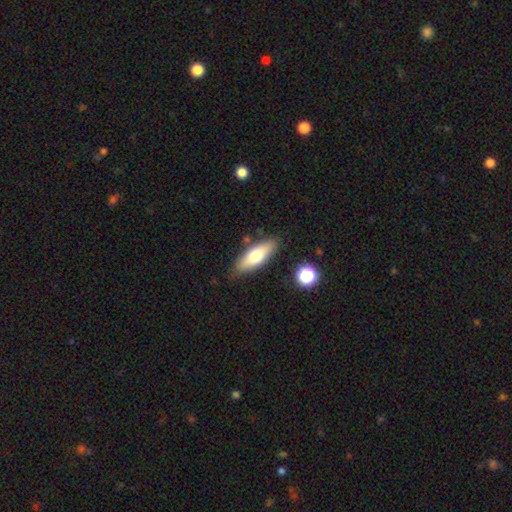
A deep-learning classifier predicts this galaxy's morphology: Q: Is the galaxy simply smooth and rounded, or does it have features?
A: smooth — 68%.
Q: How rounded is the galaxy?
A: in between — 63%.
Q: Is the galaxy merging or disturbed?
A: none — 83%.